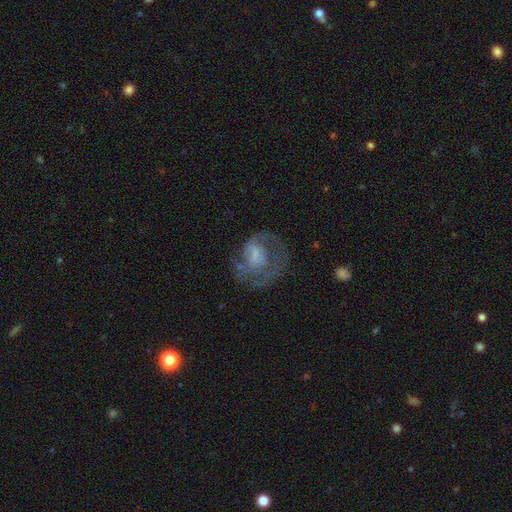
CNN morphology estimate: featured or disk 59%, smooth 31%, star or artifact 10%. Down the decision tree: edge-on disk — no (97%); bar — no (57%); spiral arms — yes (59%); bulge size — small (32%); merging — none (40%).